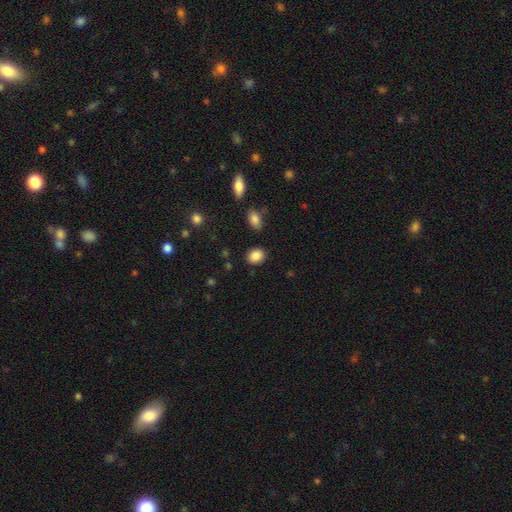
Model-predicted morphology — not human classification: A smooth galaxy with no disk features (87%) that is round (53%).

Vote fractions:
- Smooth or featured? smooth: 87% / star or artifact: 9% / featured or disk: 4%
- How rounded? round: 53% / in between: 46% / cigar-shaped: 1%
- Merging? none: 87% / minor disturbance: 9% / major disturbance: 3% / merger: 2%